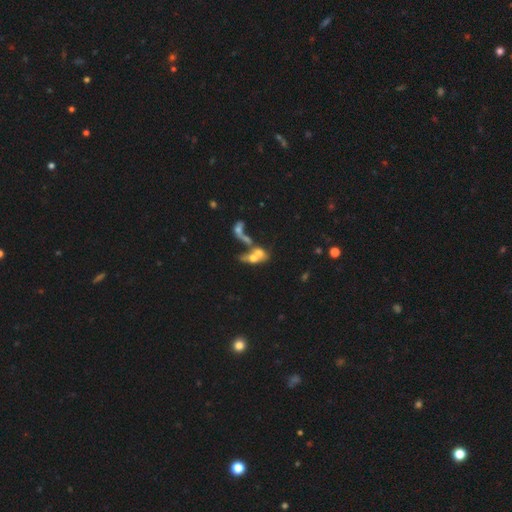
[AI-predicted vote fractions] Smooth or featured: smooth — 46% (featured or disk — 39%)
Merging: merger — 71% (none — 13%)